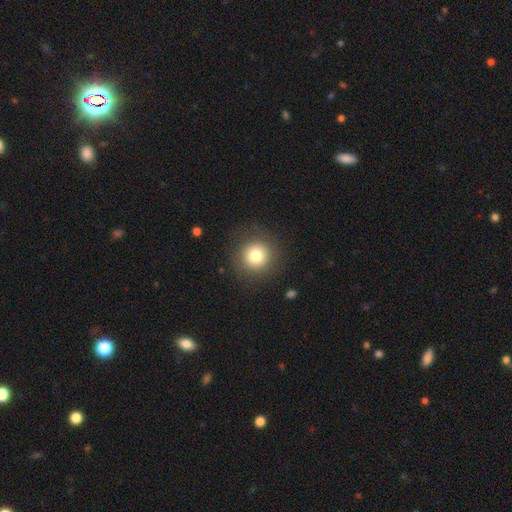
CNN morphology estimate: Smooth or featured? Predicted: smooth (p=0.78). How rounded? Predicted: round (p=0.95). Merging? Predicted: none (p=0.87).